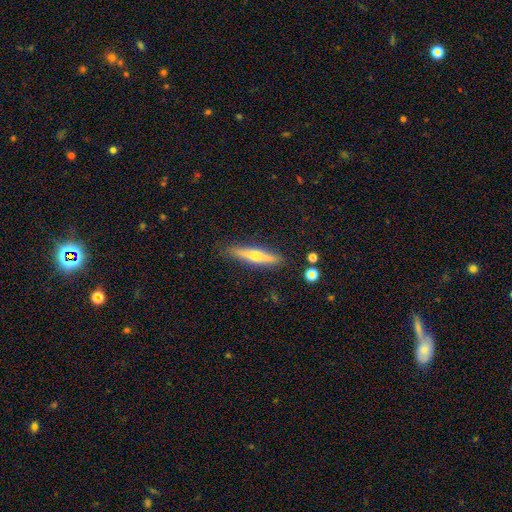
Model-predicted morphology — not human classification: A featured or disk galaxy (47%). Merging: none (87%).